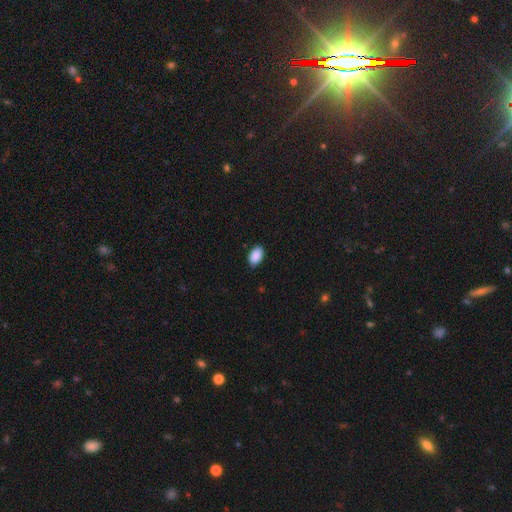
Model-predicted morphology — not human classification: smooth-or-featured: smooth: 91% | star or artifact: 7% | featured or disk: 3%
  how-rounded: in between: 92% | round: 7% | cigar-shaped: 1%
  merging: none: 87% | minor disturbance: 11% | major disturbance: 2% | merger: 1%